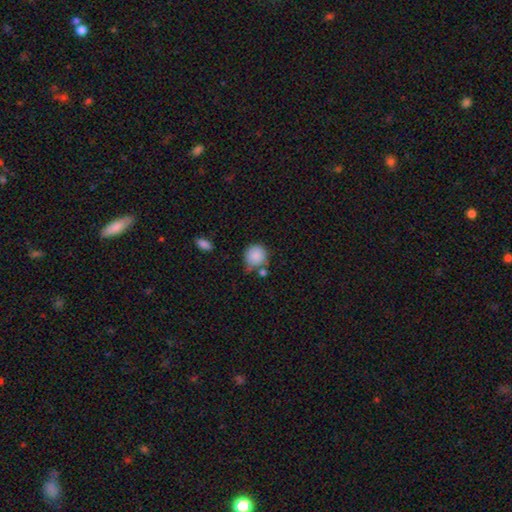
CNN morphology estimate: smooth_or_featured: smooth (p=0.87) [alt: star or artifact p=0.08]
how_rounded: round (p=0.89) [alt: in between p=0.10]
merging: none (p=0.65) [alt: minor disturbance p=0.19]